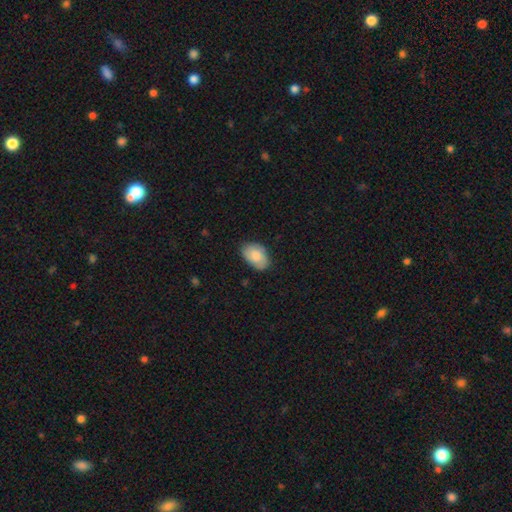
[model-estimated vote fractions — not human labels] A smooth galaxy with no disk features (79%) that is in between round and cigar-shaped (87%).

Vote fractions:
- Smooth or featured? smooth: 79% / featured or disk: 15% / star or artifact: 6%
- How rounded? in between: 87% / round: 12% / cigar-shaped: 1%
- Merging? none: 74% / minor disturbance: 21% / major disturbance: 4% / merger: 1%